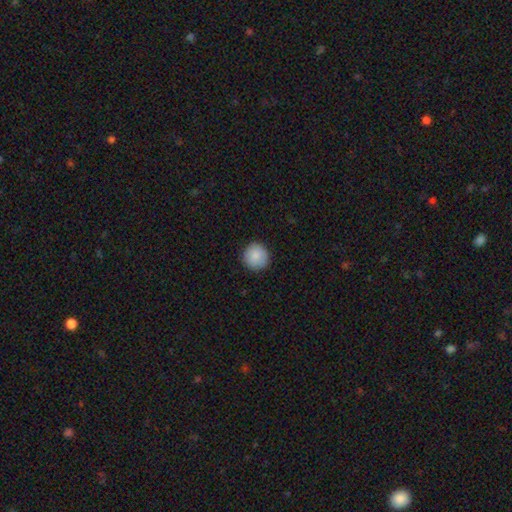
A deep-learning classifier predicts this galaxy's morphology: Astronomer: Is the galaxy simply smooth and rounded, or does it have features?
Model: smooth — 88%.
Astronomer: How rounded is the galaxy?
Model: round — 95%.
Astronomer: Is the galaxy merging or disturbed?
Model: none — 90%.